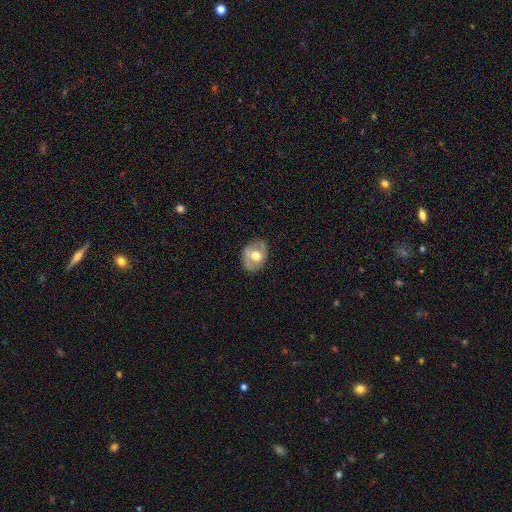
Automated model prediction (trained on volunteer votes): smooth 49%, featured or disk 44%, star or artifact 7%. Down the decision tree: merging — none (75%).